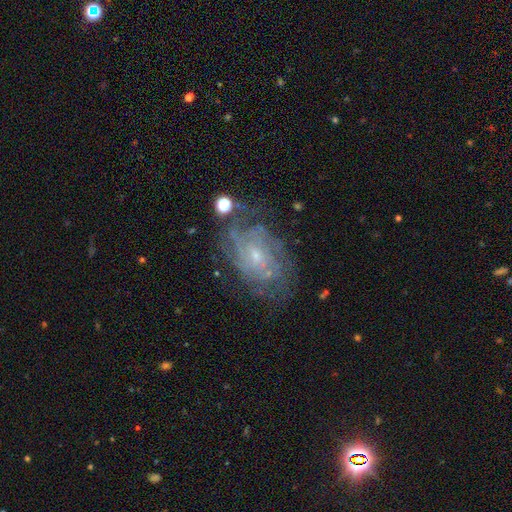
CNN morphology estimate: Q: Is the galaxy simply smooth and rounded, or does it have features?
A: featured or disk — 81%.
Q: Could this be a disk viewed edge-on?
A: no — 97%.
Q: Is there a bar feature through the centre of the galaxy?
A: no — 72%.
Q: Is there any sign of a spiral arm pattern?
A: yes — 92%.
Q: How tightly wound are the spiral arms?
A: tight — 65%.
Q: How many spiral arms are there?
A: can't tell — 46%.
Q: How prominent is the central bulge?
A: small — 74%.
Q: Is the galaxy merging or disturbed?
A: none — 66%.